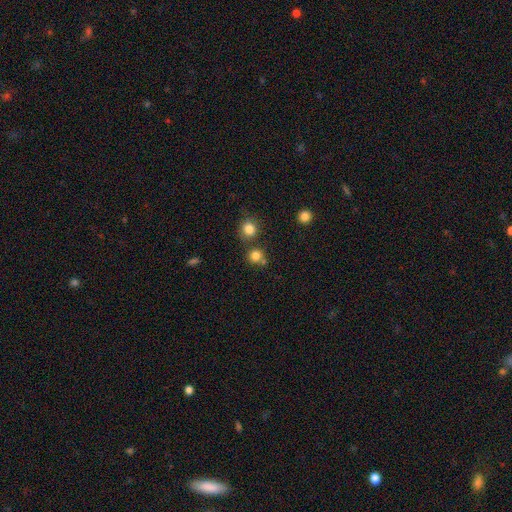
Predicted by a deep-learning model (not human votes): Smooth or featured? Predicted: smooth (p=0.80). How rounded? Predicted: round (p=0.89). Merging? Predicted: none (p=0.66).